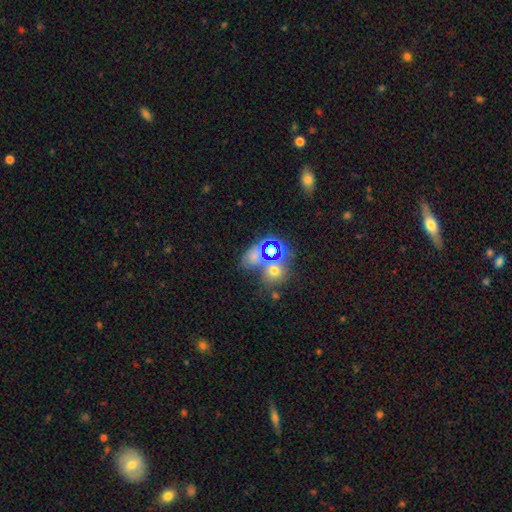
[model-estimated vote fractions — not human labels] smooth_or_featured: star or artifact (p=0.46) [alt: smooth p=0.41]